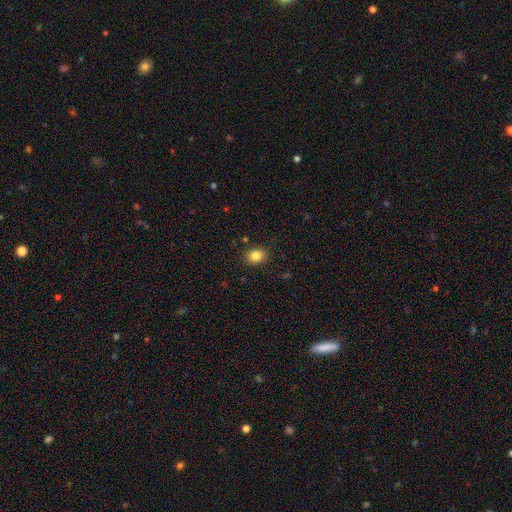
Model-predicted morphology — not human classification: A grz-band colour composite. It shows a smooth galaxy with no disk features (84%) that is round (52%). Merging: none (88%).